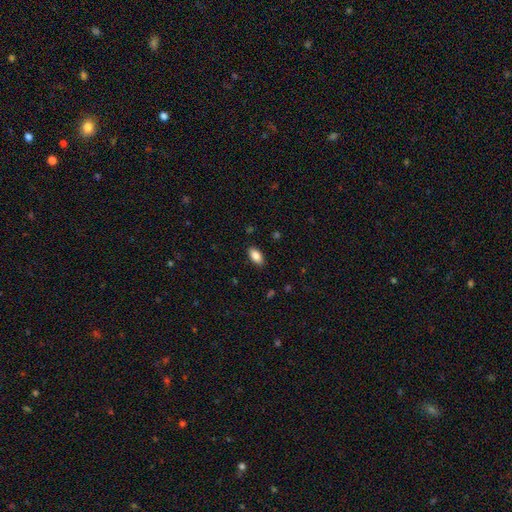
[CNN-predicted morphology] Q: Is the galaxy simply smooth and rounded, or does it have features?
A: smooth — 86%.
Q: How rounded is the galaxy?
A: in between — 92%.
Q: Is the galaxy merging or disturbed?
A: none — 87%.